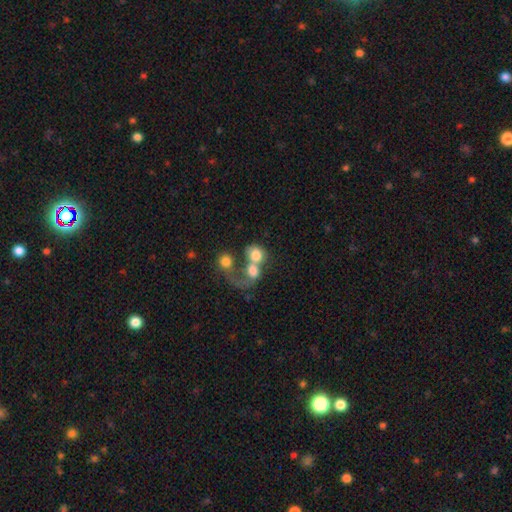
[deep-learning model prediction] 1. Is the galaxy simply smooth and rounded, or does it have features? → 67% smooth, 24% featured or disk, 9% star or artifact.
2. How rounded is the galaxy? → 62% round, 36% in between, 1% cigar-shaped.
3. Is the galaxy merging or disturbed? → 68% merger, 14% none, 13% major disturbance, 6% minor disturbance.